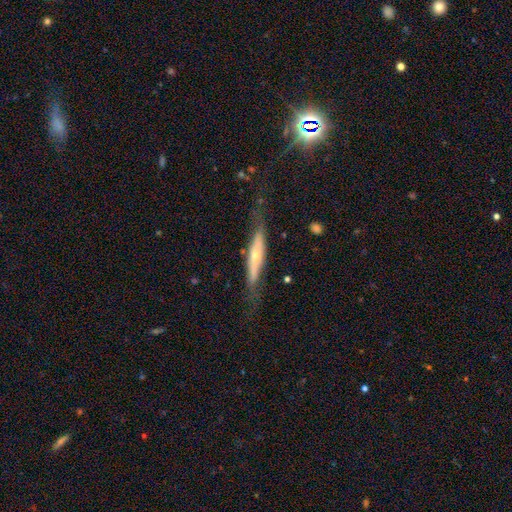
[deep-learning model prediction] This appears to be a featured or disk galaxy (61%) viewed edge-on (76%). Merging: none (67%).